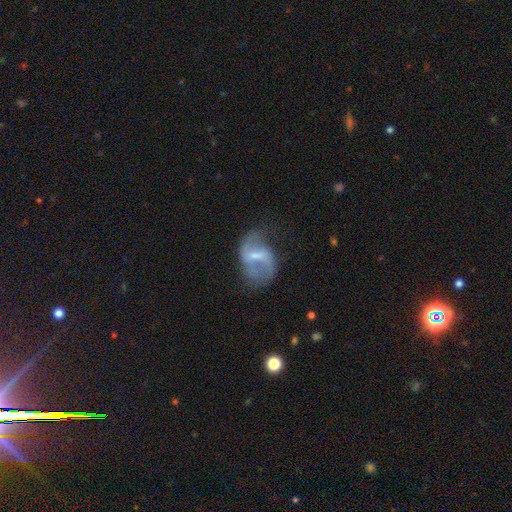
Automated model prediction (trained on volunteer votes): This appears to be a featured or disk galaxy (75%) with a weak bar (52%), 2 (81%) loose (58%) spiral arms (83%) and a small central bulge (51%). Merging: none (49%).